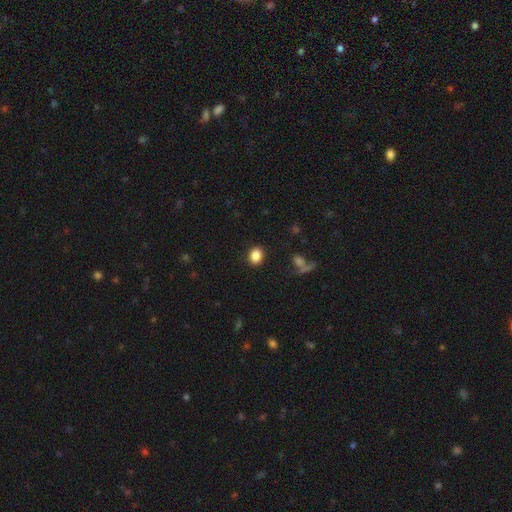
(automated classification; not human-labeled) This is clearly a smooth galaxy (86%). How rounded: possibly in between (56%). Merging: clearly none (88%).